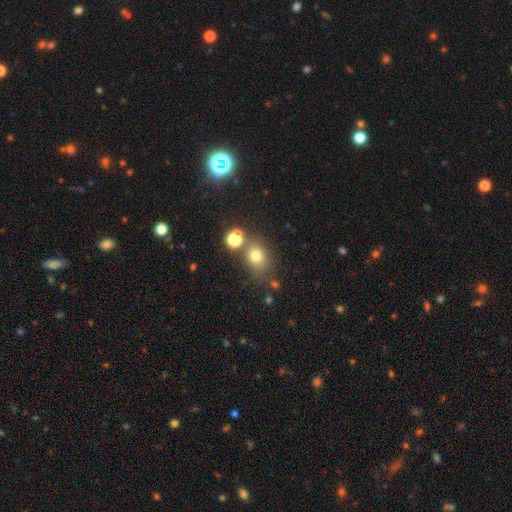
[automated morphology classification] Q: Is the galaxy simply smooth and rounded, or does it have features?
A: smooth — 73%.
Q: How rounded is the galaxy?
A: round — 59%.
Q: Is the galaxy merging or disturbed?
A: none — 69%.